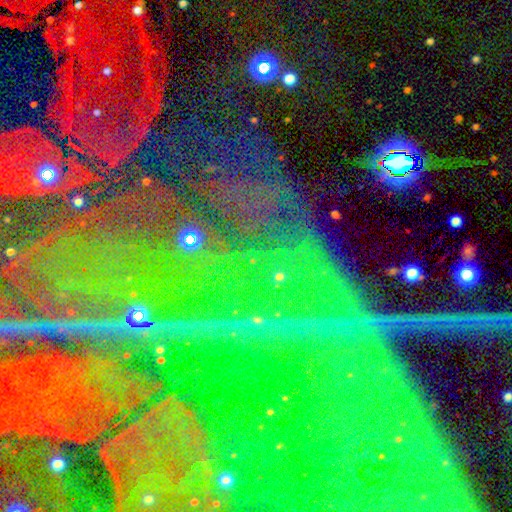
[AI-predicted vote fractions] This appears to be a star or artifact, not a galaxy (85%).